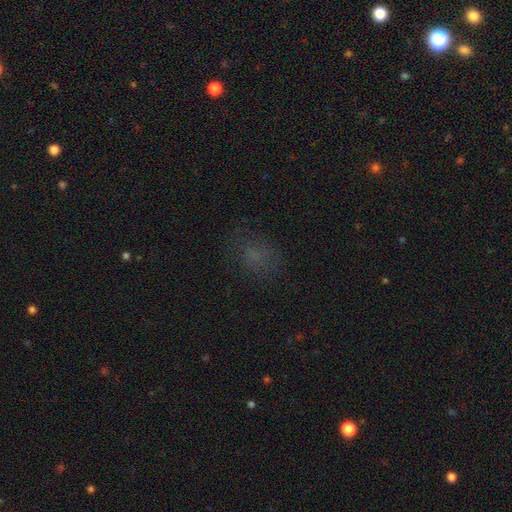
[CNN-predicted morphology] type=smooth (57%); roundness=round (54%); merging=none (69%).